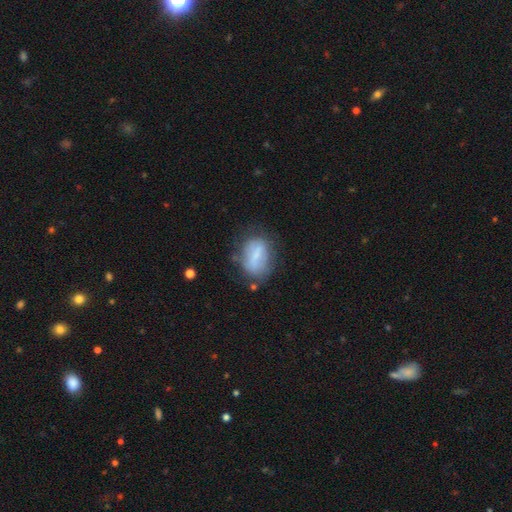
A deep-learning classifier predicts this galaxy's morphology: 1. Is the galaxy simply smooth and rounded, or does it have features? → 58% smooth, 33% featured or disk, 9% star or artifact.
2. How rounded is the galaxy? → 79% in between, 16% round, 4% cigar-shaped.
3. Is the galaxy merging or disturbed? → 57% none, 26% minor disturbance, 12% major disturbance, 5% merger.